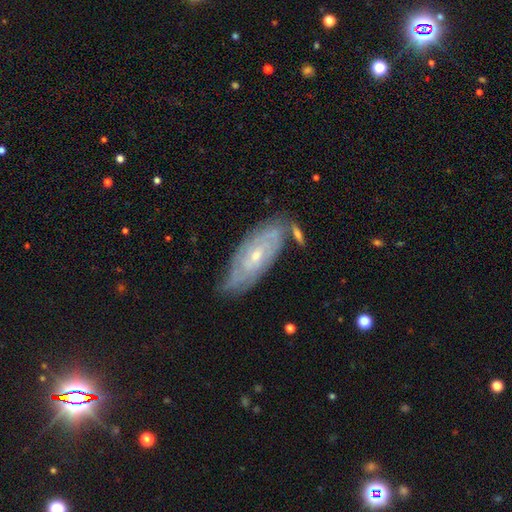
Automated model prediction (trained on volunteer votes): Smooth or featured?
  - featured or disk: 77% *
  - smooth: 16%
  - star or artifact: 7%
Edge-on disk?
  - no: 88% *
  - yes: 12%
Bar?
  - no: 65% *
  - weak: 29%
  - strong: 6%
Spiral arms?
  - yes: 91% *
  - no: 9%
Spiral winding?
  - tight: 71% *
  - medium: 23%
  - loose: 6%
Spiral arm count?
  - can't tell: 51% *
  - 2: 21%
  - 3: 12%
  - 4: 8%
  - more than 4: 4%
  - 1: 4%
Bulge size?
  - small: 64% *
  - moderate: 33%
  - none: 1%
  - large: 1%
  - dominant: 1%
Merging?
  - none: 66% *
  - minor disturbance: 22%
  - merger: 7%
  - major disturbance: 6%